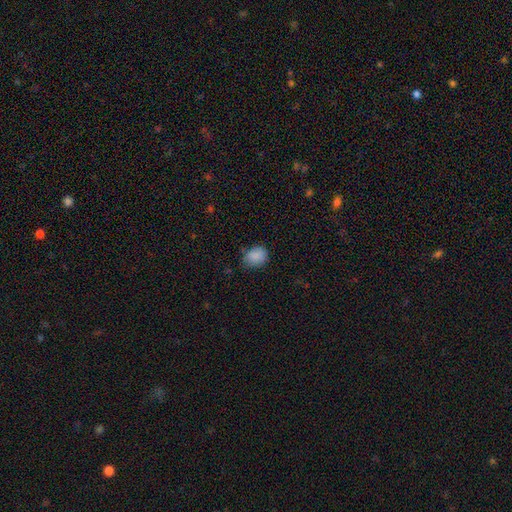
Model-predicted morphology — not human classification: A smooth galaxy with no disk features (87%) that is in between round and cigar-shaped (53%). Merging: none (72%).